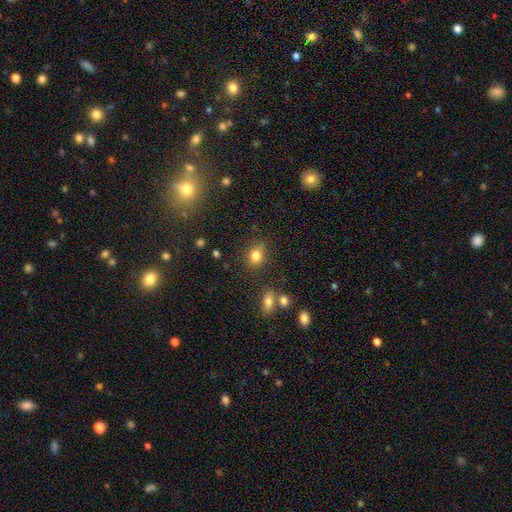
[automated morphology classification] smooth_or_featured: smooth (p=0.82) [alt: star or artifact p=0.11]
how_rounded: round (p=0.55) [alt: in between p=0.43]
merging: none (p=0.76) [alt: minor disturbance p=0.15]